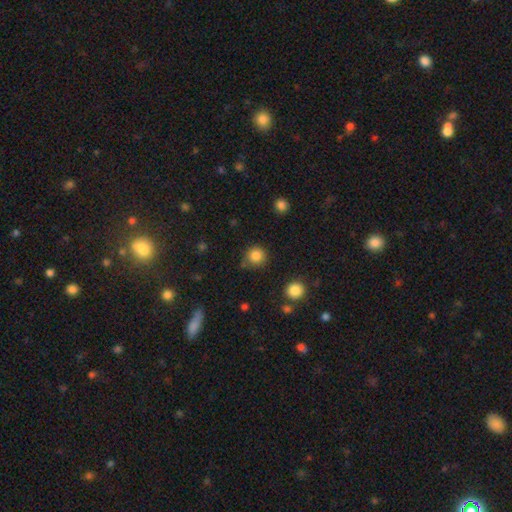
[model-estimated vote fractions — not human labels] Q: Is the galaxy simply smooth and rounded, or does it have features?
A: smooth — 84%.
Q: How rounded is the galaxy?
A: round — 93%.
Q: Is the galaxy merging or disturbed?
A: none — 78%.